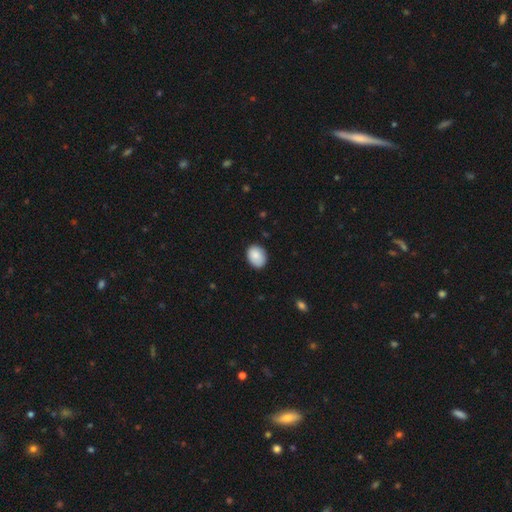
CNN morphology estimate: A smooth galaxy with no disk features (87%) that is in between round and cigar-shaped (66%). Merging: none (82%).